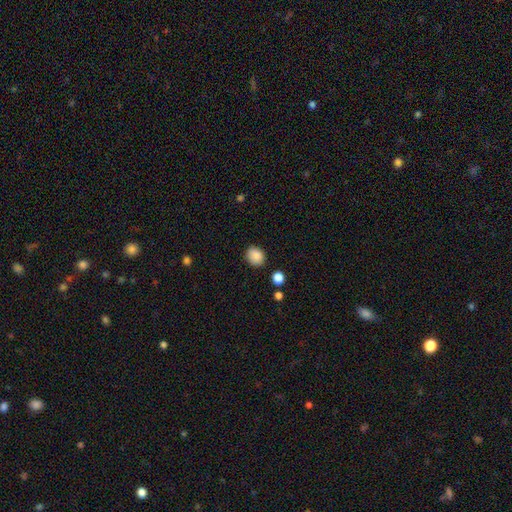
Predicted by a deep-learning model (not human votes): A smooth galaxy with no disk features (88%) that is round (60%). Merging: none (85%).